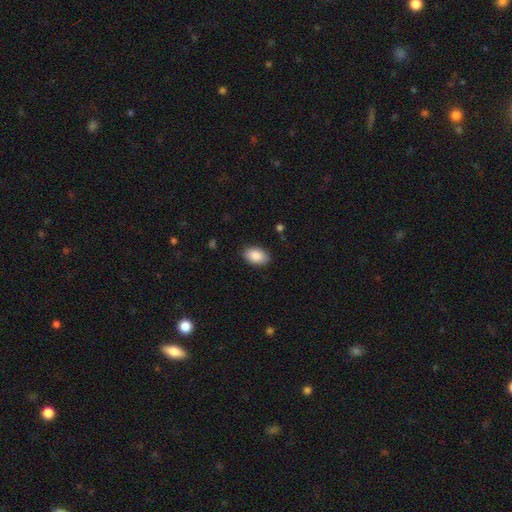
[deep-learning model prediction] Smooth or featured?
  - smooth: 88% *
  - star or artifact: 7%
  - featured or disk: 5%
How rounded?
  - in between: 90% *
  - round: 9%
  - cigar-shaped: 1%
Merging?
  - none: 86% *
  - minor disturbance: 11%
  - major disturbance: 2%
  - merger: 1%